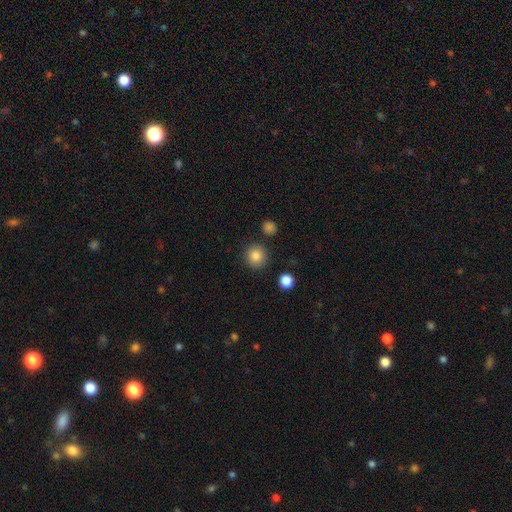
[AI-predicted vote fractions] Smooth or featured? Predicted: smooth (p=0.85). How rounded? Predicted: round (p=0.93). Merging? Predicted: none (p=0.88).